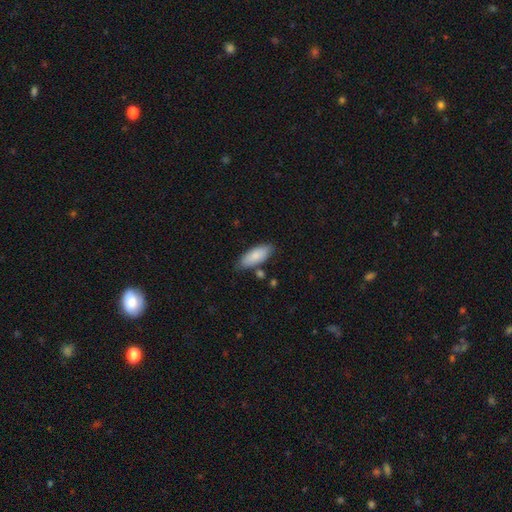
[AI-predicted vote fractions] Smooth or featured?
  - smooth: 84% *
  - featured or disk: 11%
  - star or artifact: 6%
How rounded?
  - in between: 80% *
  - cigar-shaped: 18%
  - round: 2%
Merging?
  - none: 78% *
  - minor disturbance: 14%
  - merger: 5%
  - major disturbance: 3%